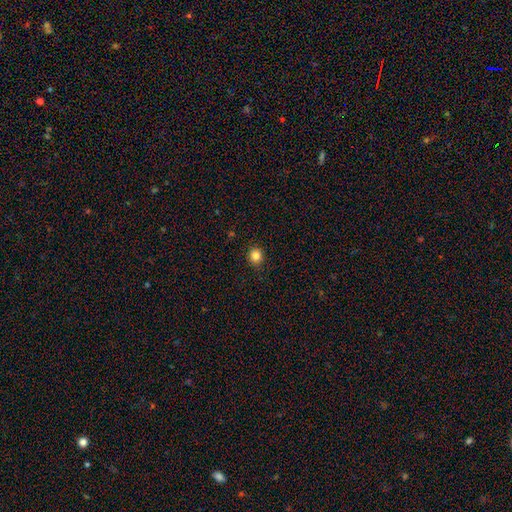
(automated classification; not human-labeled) A smooth galaxy with no disk features (84%) that is round (85%).

Vote fractions:
- Smooth or featured? smooth: 84% / star or artifact: 12% / featured or disk: 4%
- How rounded? round: 85% / in between: 15% / cigar-shaped: 1%
- Merging? none: 90% / minor disturbance: 7% / major disturbance: 2% / merger: 1%